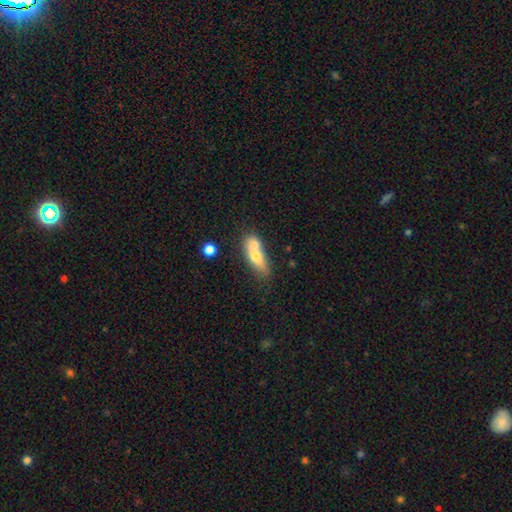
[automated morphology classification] Smooth or featured?
  - smooth: 63% *
  - featured or disk: 29%
  - star or artifact: 8%
How rounded?
  - in between: 61% *
  - cigar-shaped: 28%
  - round: 10%
Merging?
  - merger: 57% *
  - none: 27%
  - minor disturbance: 11%
  - major disturbance: 5%